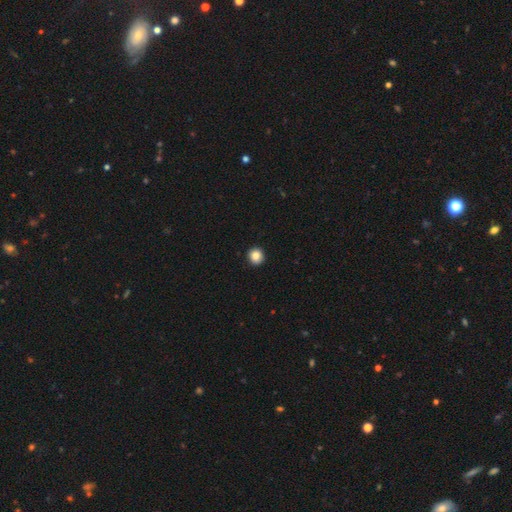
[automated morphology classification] smooth-or-featured: smooth: 86% | star or artifact: 10% | featured or disk: 4%
  how-rounded: round: 91% | in between: 8% | cigar-shaped: 1%
  merging: none: 93% | minor disturbance: 5% | major disturbance: 1% | merger: 1%